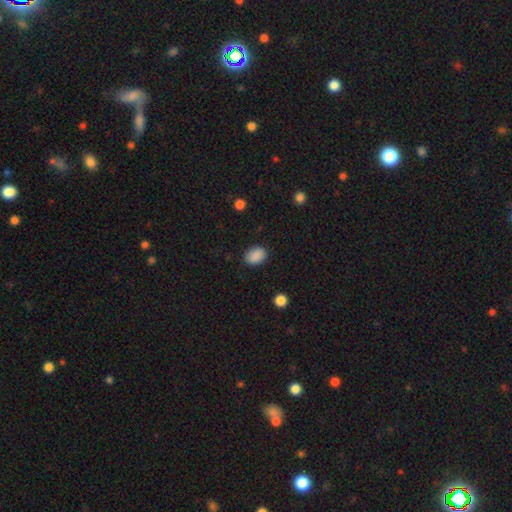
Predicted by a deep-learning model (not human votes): Smooth or featured?
  - smooth: 89% *
  - star or artifact: 8%
  - featured or disk: 3%
How rounded?
  - in between: 78% *
  - round: 21%
  - cigar-shaped: 1%
Merging?
  - none: 86% *
  - minor disturbance: 10%
  - major disturbance: 3%
  - merger: 1%